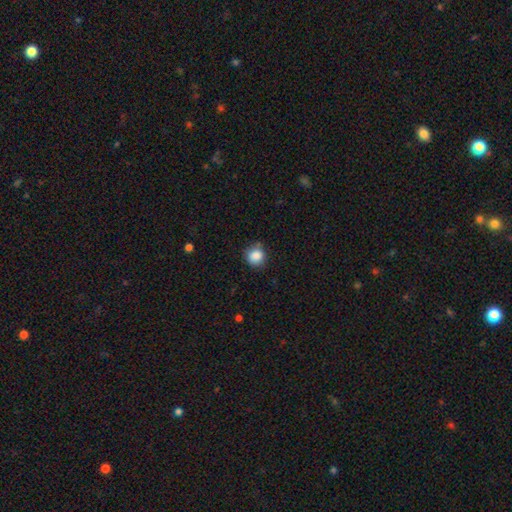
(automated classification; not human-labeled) smooth_or_featured: smooth (p=0.87) [alt: star or artifact p=0.09]
how_rounded: round (p=0.88) [alt: in between p=0.11]
merging: none (p=0.77) [alt: minor disturbance p=0.17]